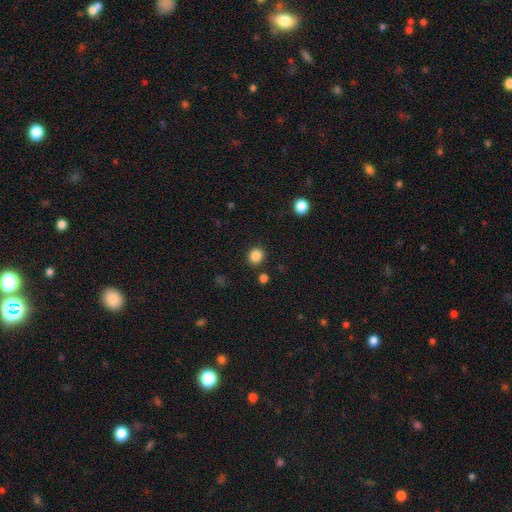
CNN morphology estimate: The model was most divided on "smooth or featured": smooth: 86%, star or artifact: 11%, featured or disk: 3%. More confident: merging — none (89%); how rounded — round (88%).